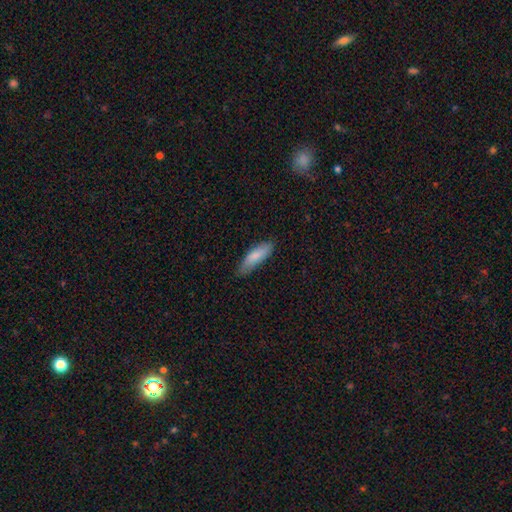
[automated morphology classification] This is clearly a smooth galaxy (83%). How rounded: possibly in between (51%). Merging: likely none (76%).